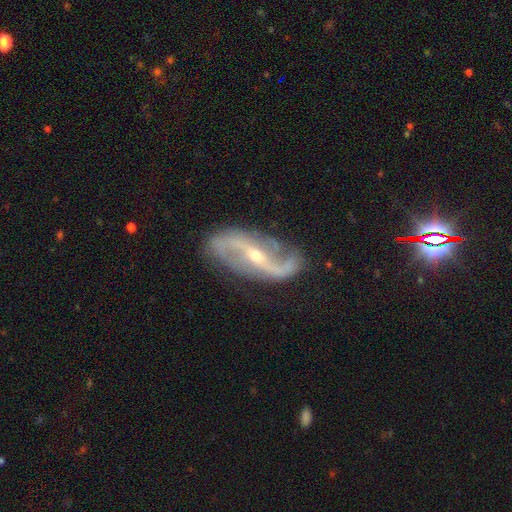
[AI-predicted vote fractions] This appears to be a featured or disk galaxy (90%) with a strong bar (43%), 2 (93%) loose (65%) spiral arms (97%) and a small central bulge (62%). Merging: none (79%).